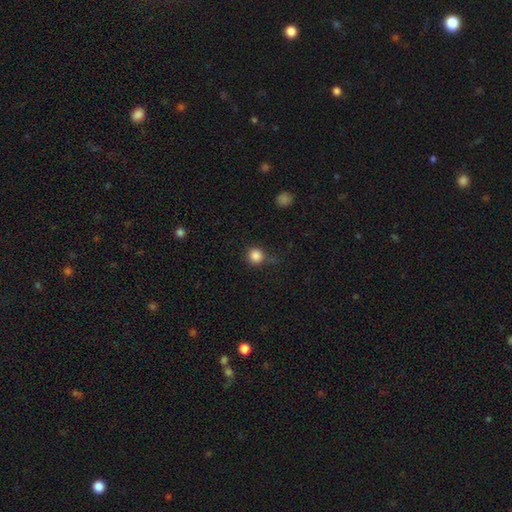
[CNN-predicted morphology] Overall: smooth (85%). How rounded: round (94%). Merging: none (75%).